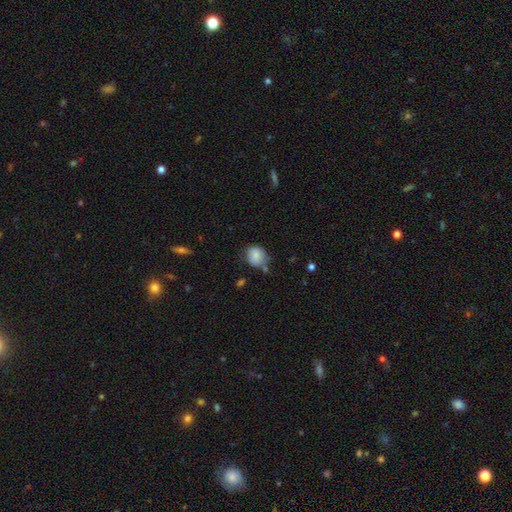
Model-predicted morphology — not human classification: Smooth or featured? smooth (84%)
How rounded? round (70%)
Merging? none (62%)